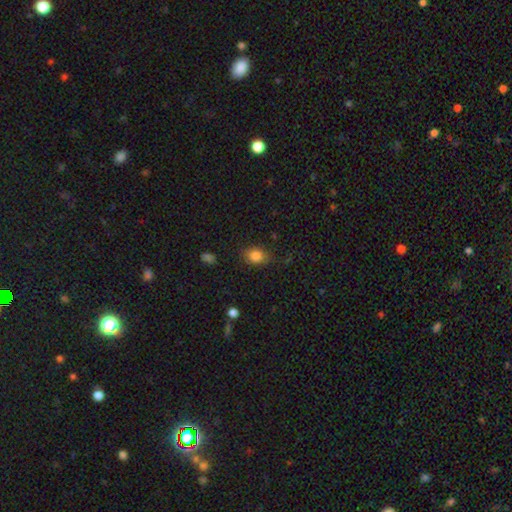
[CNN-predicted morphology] A smooth galaxy with no disk features (84%) that is in between round and cigar-shaped (60%).

Vote fractions:
- Smooth or featured? smooth: 84% / star or artifact: 10% / featured or disk: 6%
- How rounded? in between: 60% / round: 39% / cigar-shaped: 1%
- Merging? none: 75% / minor disturbance: 19% / major disturbance: 5% / merger: 2%